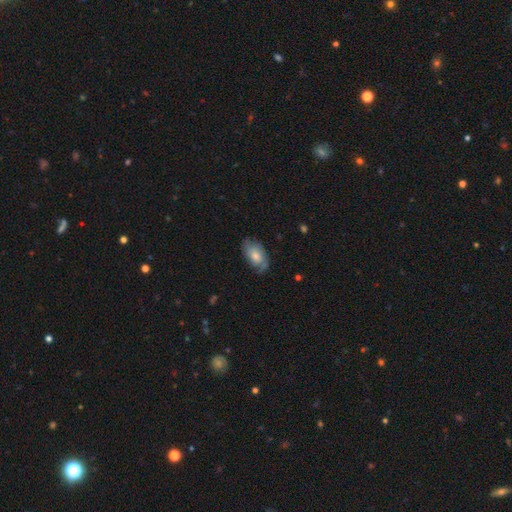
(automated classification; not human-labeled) Smooth or featured: smooth — 55% (featured or disk — 39%)
How rounded: in between — 91% (round — 7%)
Merging: none — 61% (minor disturbance — 28%)